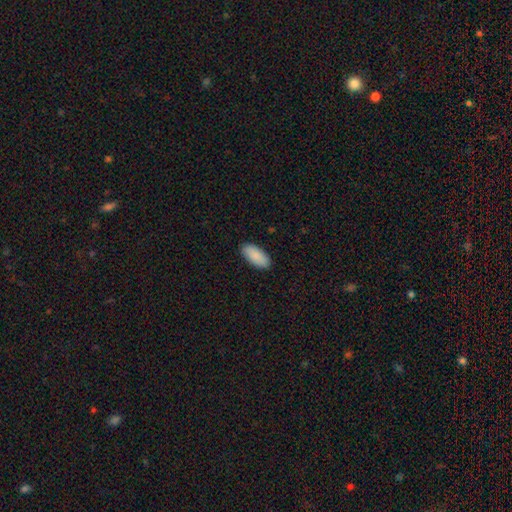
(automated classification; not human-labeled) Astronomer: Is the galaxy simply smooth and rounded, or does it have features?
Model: smooth — 90%.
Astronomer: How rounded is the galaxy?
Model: in between — 92%.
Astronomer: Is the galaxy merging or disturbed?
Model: none — 89%.